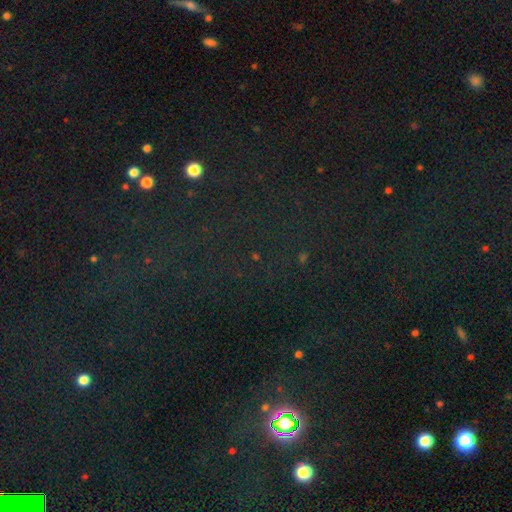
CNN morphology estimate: A star or artifact, not a galaxy (79%).